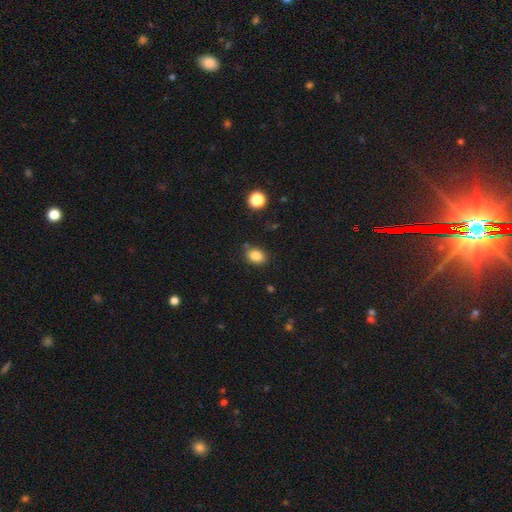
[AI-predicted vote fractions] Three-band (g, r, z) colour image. It shows a smooth galaxy with no disk features (84%) that is in between round and cigar-shaped (66%). Merging: none (79%).